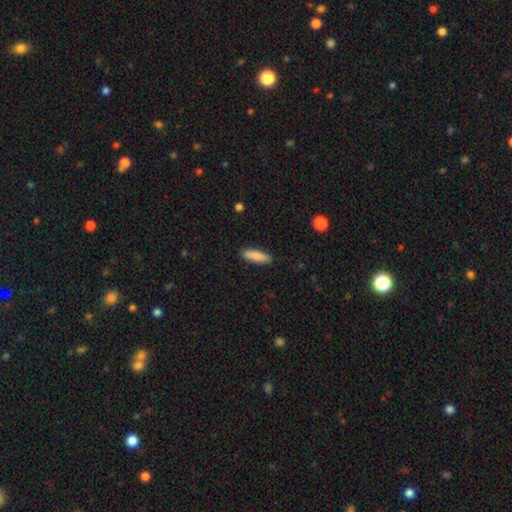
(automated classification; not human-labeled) Smooth or featured? smooth (87%)
How rounded? cigar-shaped (66%)
Merging? none (89%)